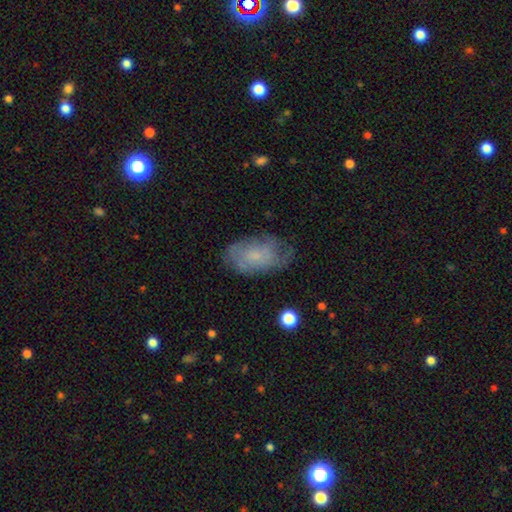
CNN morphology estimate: A featured or disk galaxy (47%). Merging: none (63%).